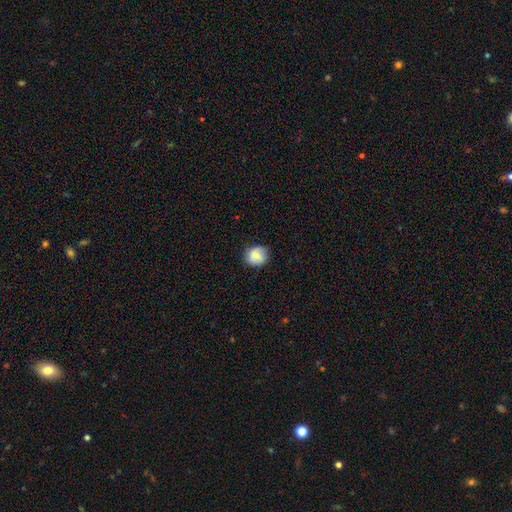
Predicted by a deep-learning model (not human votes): This is likely a smooth galaxy (79%). How rounded: clearly round (81%). Merging: likely none (74%).